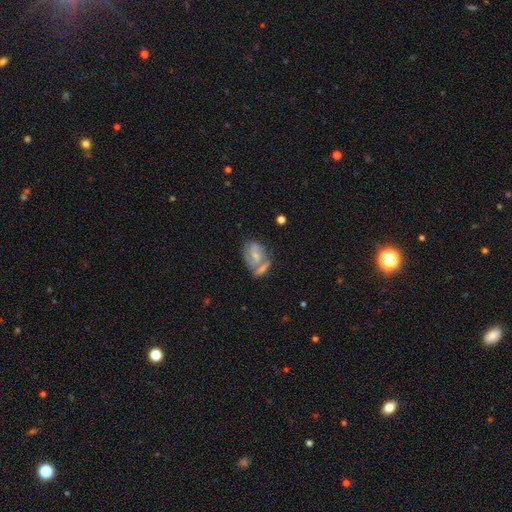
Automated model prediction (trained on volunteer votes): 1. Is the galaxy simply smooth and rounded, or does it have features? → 66% featured or disk, 26% smooth, 8% star or artifact.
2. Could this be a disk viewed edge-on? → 96% no, 4% yes.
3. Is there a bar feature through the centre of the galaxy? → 44% weak, 42% no, 15% strong.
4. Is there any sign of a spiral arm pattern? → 82% yes, 18% no.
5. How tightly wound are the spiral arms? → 45% medium, 38% tight, 17% loose.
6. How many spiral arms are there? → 66% 2, 18% can't tell, 7% 1, 5% 3, 2% 4, 2% more than 4.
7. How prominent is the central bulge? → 52% small, 36% moderate, 8% none, 3% large, 1% dominant.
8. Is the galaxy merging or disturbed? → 38% none, 33% merger, 18% minor disturbance, 11% major disturbance.